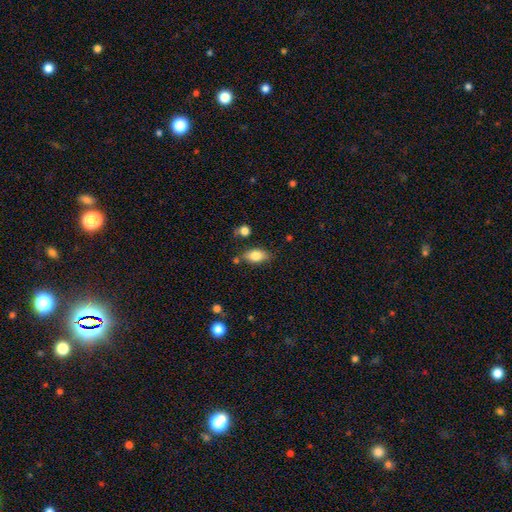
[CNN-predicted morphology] This appears to be a smooth galaxy with no disk features (80%) that is in between round and cigar-shaped (88%). Merging: none (75%).